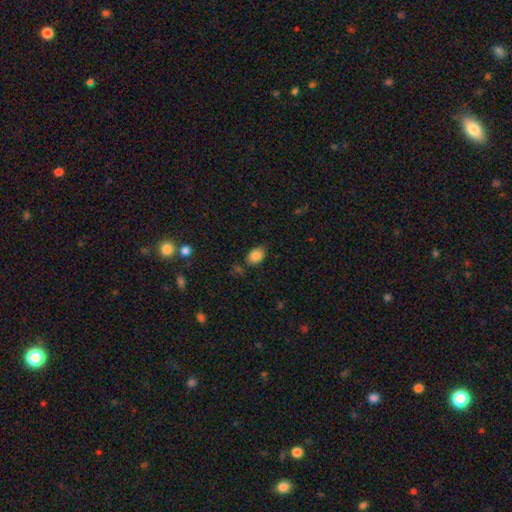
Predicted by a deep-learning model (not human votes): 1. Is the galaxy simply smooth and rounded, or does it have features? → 85% smooth, 9% star or artifact, 5% featured or disk.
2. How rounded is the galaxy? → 80% in between, 18% round, 1% cigar-shaped.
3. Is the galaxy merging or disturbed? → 75% none, 17% minor disturbance, 4% major disturbance, 4% merger.